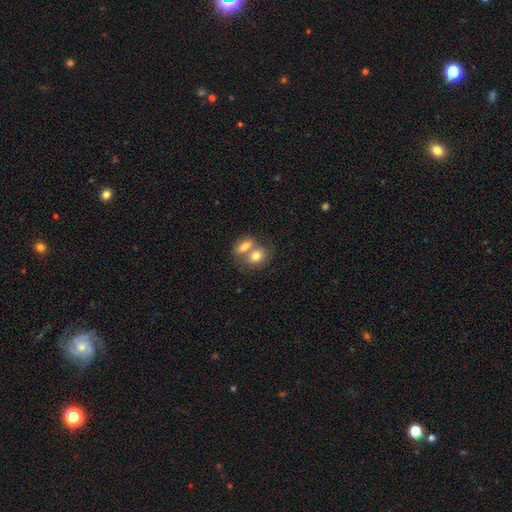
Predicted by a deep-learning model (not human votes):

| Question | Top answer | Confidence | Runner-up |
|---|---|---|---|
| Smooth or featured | smooth | 77% | featured or disk (16%) |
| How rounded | in between | 70% | round (28%) |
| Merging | merger | 64% | none (26%) |